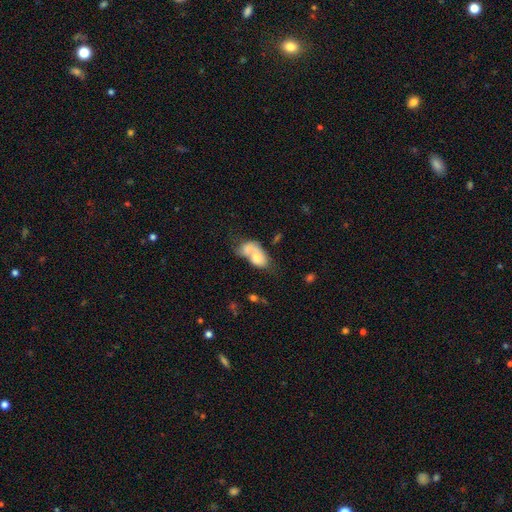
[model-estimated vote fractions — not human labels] The model was most divided on "smooth or featured": smooth: 64%, featured or disk: 29%, star or artifact: 7%. More confident: how rounded — in between (84%); merging — merger (64%).